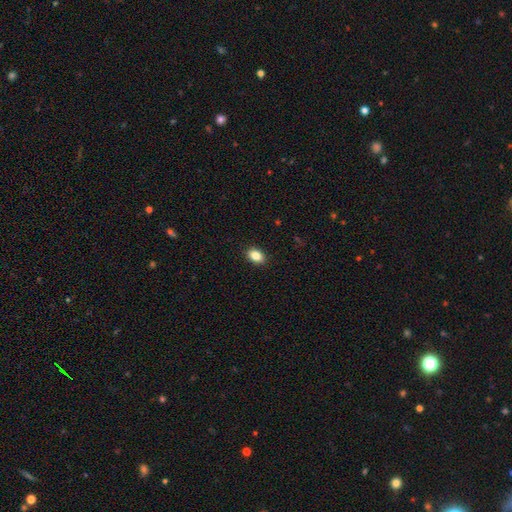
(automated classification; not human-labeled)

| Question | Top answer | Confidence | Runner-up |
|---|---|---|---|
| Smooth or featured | smooth | 86% | star or artifact (9%) |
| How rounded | in between | 81% | round (17%) |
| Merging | none | 90% | minor disturbance (7%) |